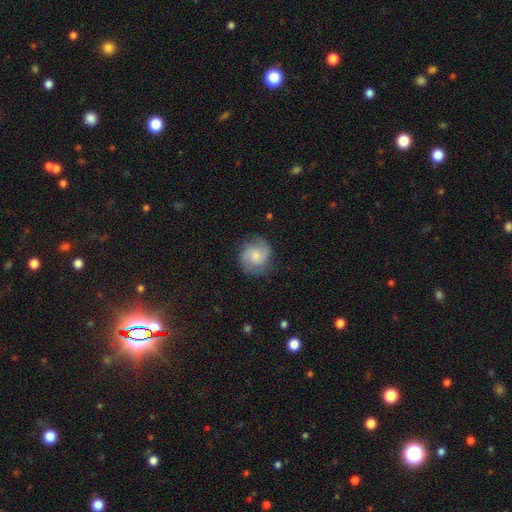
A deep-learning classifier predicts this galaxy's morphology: Smooth or featured: featured or disk — 57% (smooth — 36%)
Edge-on disk: no — 98% (yes — 2%)
Bar: no — 61% (weak — 35%)
Spiral arms: yes — 93% (no — 7%)
Spiral winding: medium — 48% (tight — 30%)
Spiral arm count: 2 — 76% (can't tell — 10%)
Bulge size: small — 42% (moderate — 41%)
Merging: none — 78% (minor disturbance — 15%)